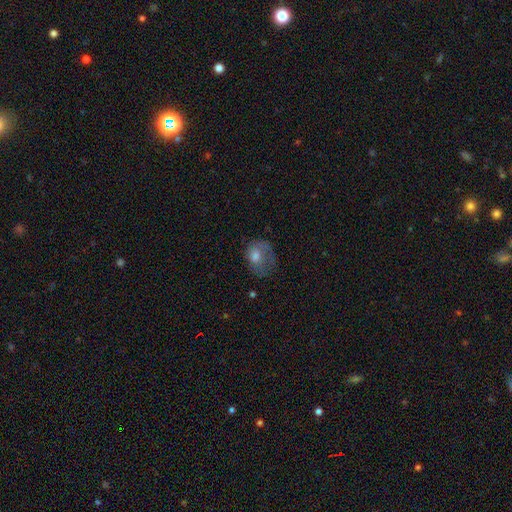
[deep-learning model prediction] Smooth or featured?
  - smooth: 59% *
  - featured or disk: 30%
  - star or artifact: 11%
How rounded?
  - in between: 57% *
  - round: 42%
  - cigar-shaped: 1%
Merging?
  - none: 37% *
  - major disturbance: 33%
  - minor disturbance: 28%
  - merger: 2%